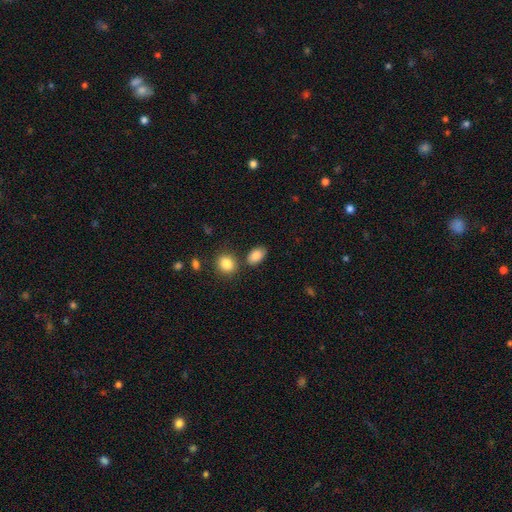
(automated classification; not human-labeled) smooth_or_featured: smooth (p=0.87) [alt: star or artifact p=0.08]
how_rounded: in between (p=0.87) [alt: round p=0.11]
merging: none (p=0.74) [alt: minor disturbance p=0.13]